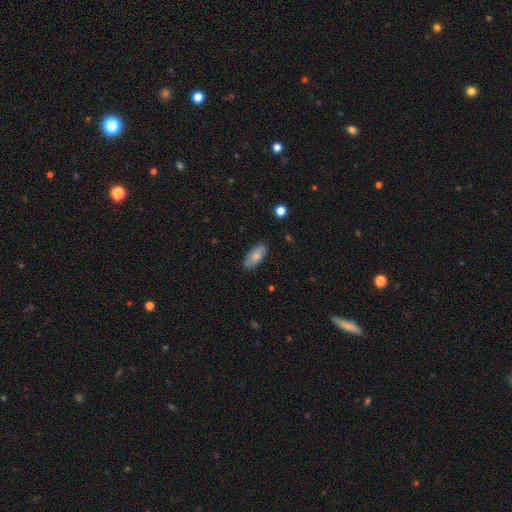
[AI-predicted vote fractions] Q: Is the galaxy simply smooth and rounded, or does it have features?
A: smooth — 78%.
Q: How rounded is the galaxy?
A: in between — 84%.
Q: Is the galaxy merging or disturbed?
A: none — 84%.